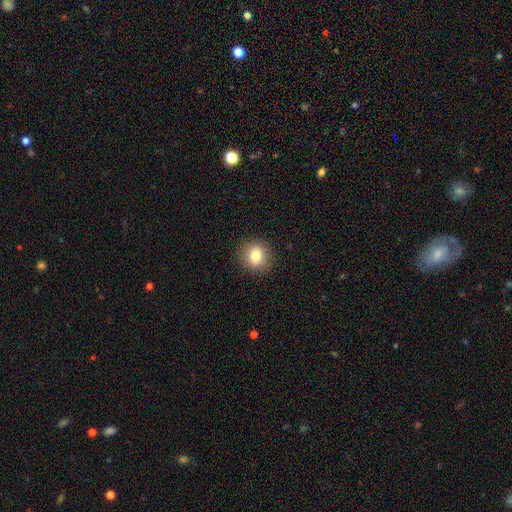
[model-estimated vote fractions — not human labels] Smooth or featured?
  - smooth: 80% *
  - star or artifact: 10%
  - featured or disk: 10%
How rounded?
  - round: 86% *
  - in between: 13%
  - cigar-shaped: 1%
Merging?
  - none: 91% *
  - minor disturbance: 6%
  - major disturbance: 2%
  - merger: 1%